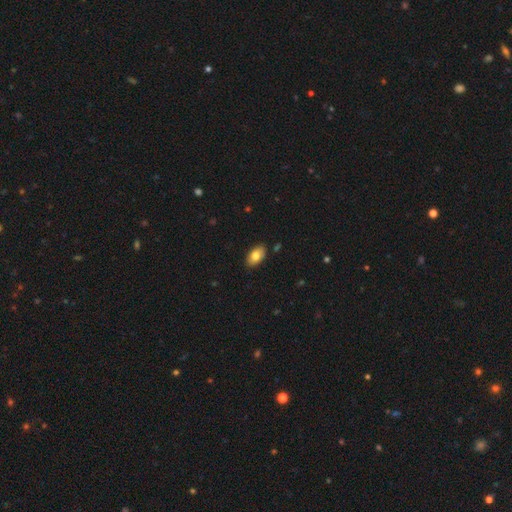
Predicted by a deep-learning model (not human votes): Smooth or featured: smooth — 81% (featured or disk — 12%)
How rounded: in between — 93% (round — 5%)
Merging: none — 87% (minor disturbance — 10%)